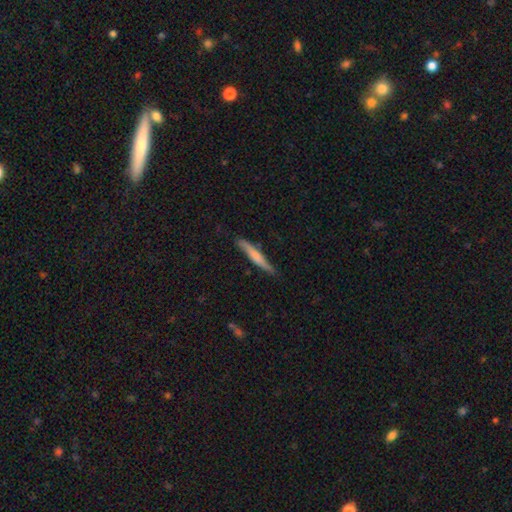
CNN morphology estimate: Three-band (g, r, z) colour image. It shows a smooth galaxy with no disk features (57%) that is cigar-shaped (94%). Merging: none (79%).